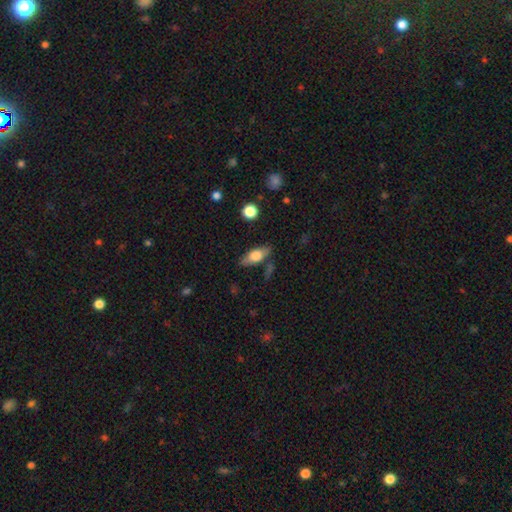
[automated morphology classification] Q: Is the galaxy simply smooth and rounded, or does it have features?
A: smooth — 63%.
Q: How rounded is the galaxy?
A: in between — 75%.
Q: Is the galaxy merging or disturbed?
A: none — 77%.